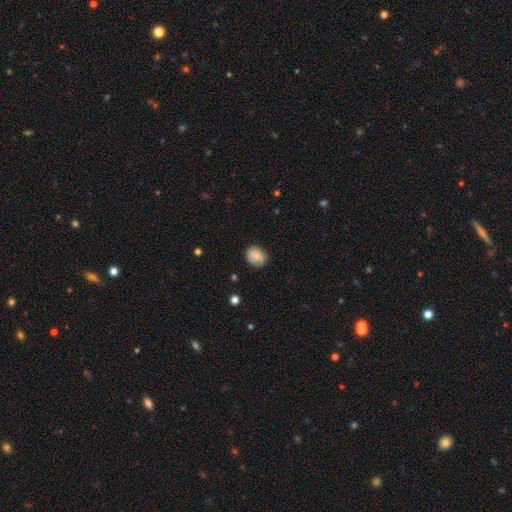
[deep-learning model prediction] smooth_or_featured: smooth (p=0.82) [alt: featured or disk p=0.10]
how_rounded: round (p=0.55) [alt: in between p=0.44]
merging: none (p=0.80) [alt: minor disturbance p=0.16]